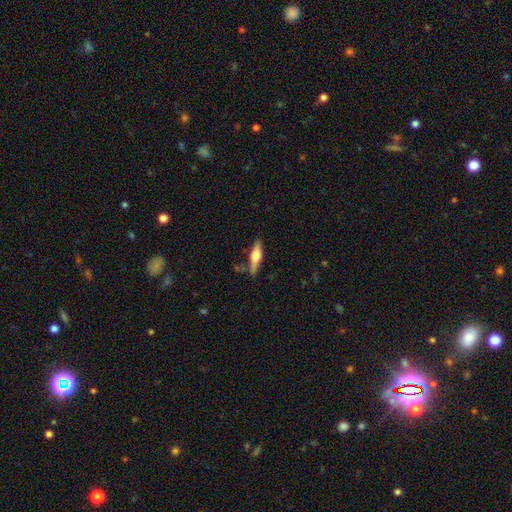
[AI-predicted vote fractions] Smooth or featured?
  - featured or disk: 59% *
  - smooth: 36%
  - star or artifact: 6%
Edge-on disk?
  - yes: 95% *
  - no: 5%
Edge-on bulge?
  - rounded: 92% *
  - boxy: 5%
  - none: 2%
Merging?
  - none: 77% *
  - minor disturbance: 15%
  - merger: 5%
  - major disturbance: 4%